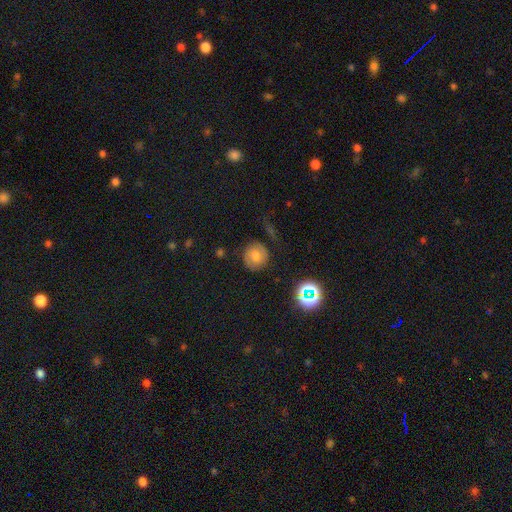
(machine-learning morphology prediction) smooth 54%, featured or disk 30%, star or artifact 16%. Down the decision tree: how rounded — round (84%); merging — none (73%).